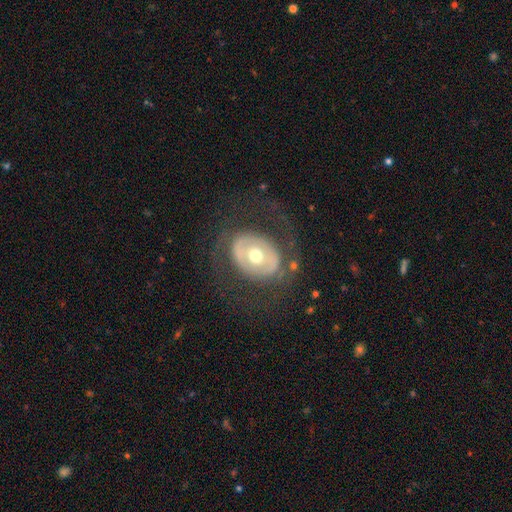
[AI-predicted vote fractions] Overall: featured or disk (62%; smooth 32%). Edge-on disk: no (94%). Bar: no (65%). Spiral arms: no (75%). Bulge size: moderate (73%). Merging: none (71%).